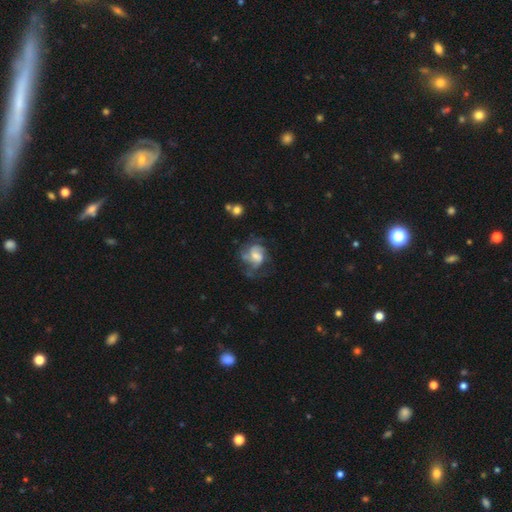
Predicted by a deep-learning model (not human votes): The model was most divided on "spiral arm count": can't tell: 31%, 2: 29%, 3: 23%, 4: 7%, 1: 6%, more than 4: 4%. Remaining: edge-on disk — no (98%); spiral arms — yes (81%); smooth or featured — featured or disk (66%); bar — no (52%); merging — none (47%); spiral winding — medium (45%); bulge size — moderate (40%).